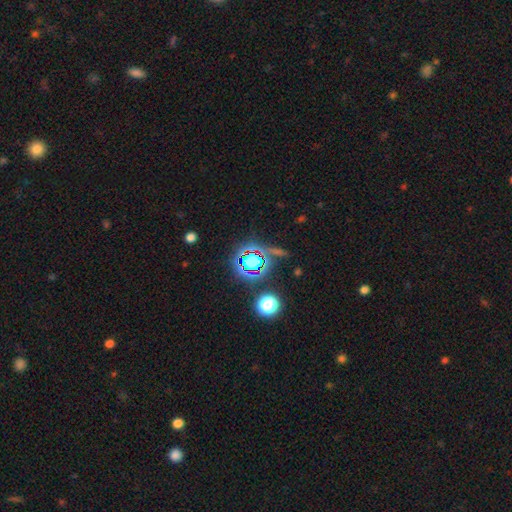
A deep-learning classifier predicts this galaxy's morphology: This is likely a star or artifact rather than a galaxy (72%).